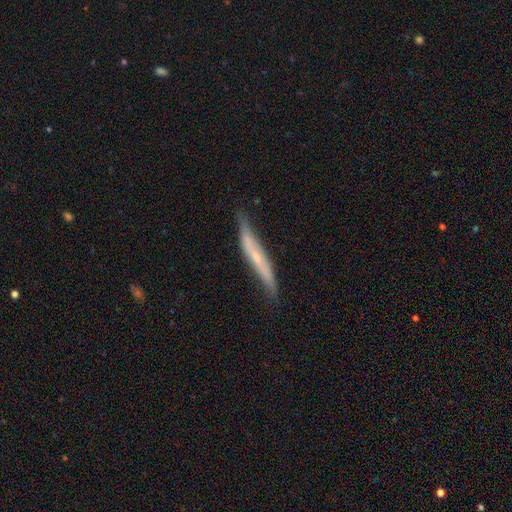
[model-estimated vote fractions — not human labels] Morphology: type=featured or disk (60%); edge-on=yes (80%); merging=none (69%).